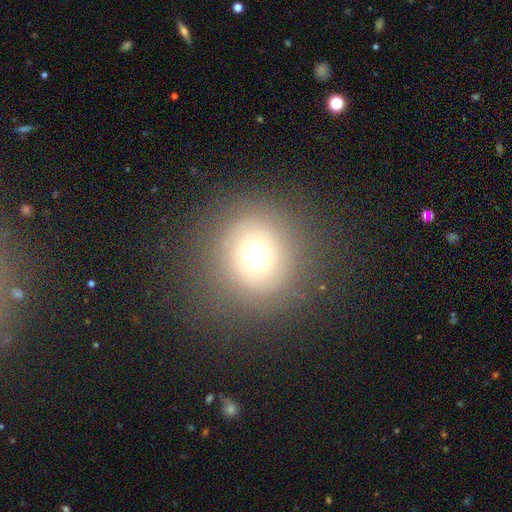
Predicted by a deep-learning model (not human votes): smooth_or_featured: smooth (p=0.67) [alt: star or artifact p=0.20]
how_rounded: round (p=0.92) [alt: in between p=0.07]
merging: none (p=0.85) [alt: minor disturbance p=0.08]